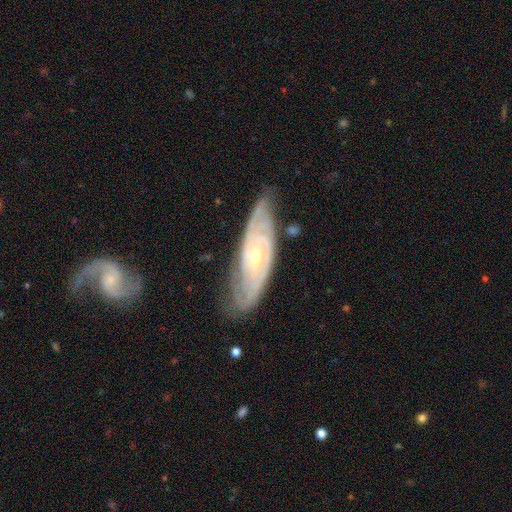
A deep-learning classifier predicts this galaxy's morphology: Smooth or featured? Predicted: featured or disk (p=0.88). Edge-on disk? Predicted: no (p=0.89). Bar? Predicted: no (p=0.61). Spiral arms? Predicted: yes (p=0.96). Spiral winding? Predicted: tight (p=0.73). Spiral arm count? Predicted: 2 (p=0.38). Bulge size? Predicted: small (p=0.60). Merging? Predicted: none (p=0.74).